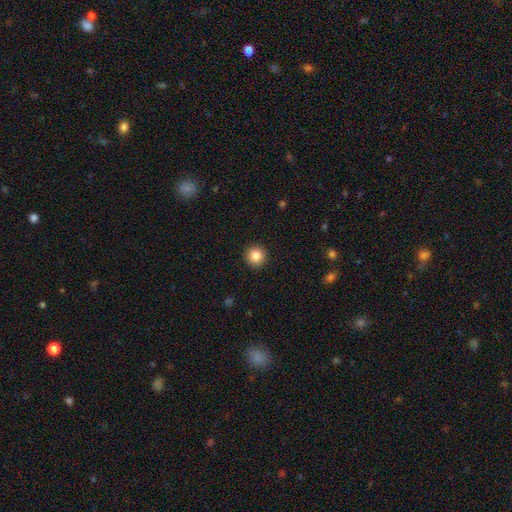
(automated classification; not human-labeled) A smooth galaxy with no disk features (86%) that is round (96%).

Vote fractions:
- Smooth or featured? smooth: 86% / star or artifact: 10% / featured or disk: 5%
- How rounded? round: 96% / in between: 3% / cigar-shaped: 1%
- Merging? none: 93% / minor disturbance: 5% / major disturbance: 2% / merger: 1%